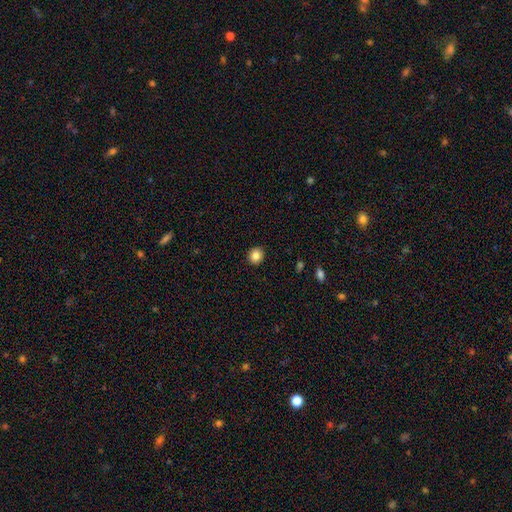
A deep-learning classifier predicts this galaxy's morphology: The model was most divided on "how rounded": round: 79%, in between: 20%, cigar-shaped: 1%. More confident: merging — none (92%); smooth or featured — smooth (84%).